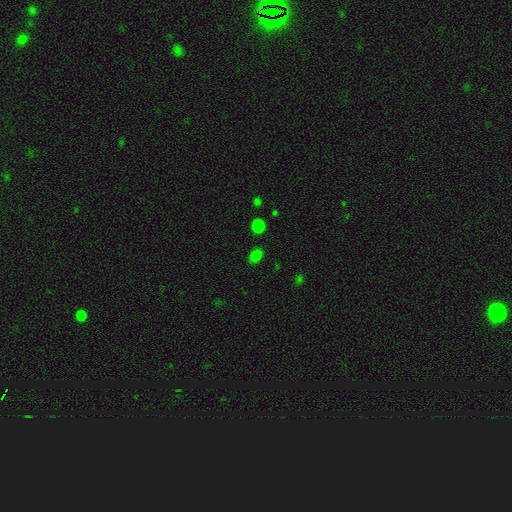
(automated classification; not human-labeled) Smooth or featured?
  - smooth: 78% *
  - star or artifact: 18%
  - featured or disk: 4%
How rounded?
  - in between: 66% *
  - round: 32%
  - cigar-shaped: 1%
Merging?
  - none: 85% *
  - minor disturbance: 10%
  - major disturbance: 3%
  - merger: 3%